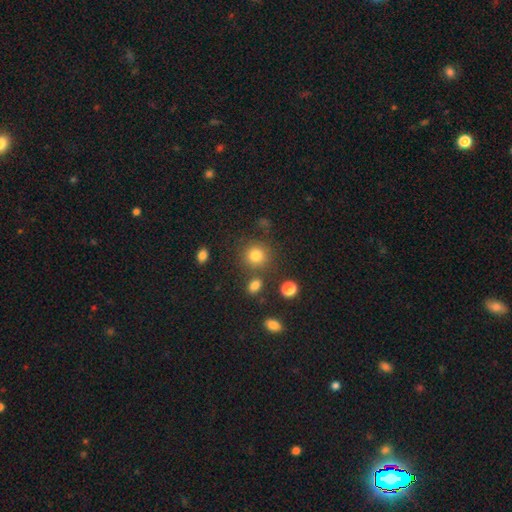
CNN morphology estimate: This appears to be a smooth galaxy with no disk features (79%) that is round (89%). Merging: none (77%).